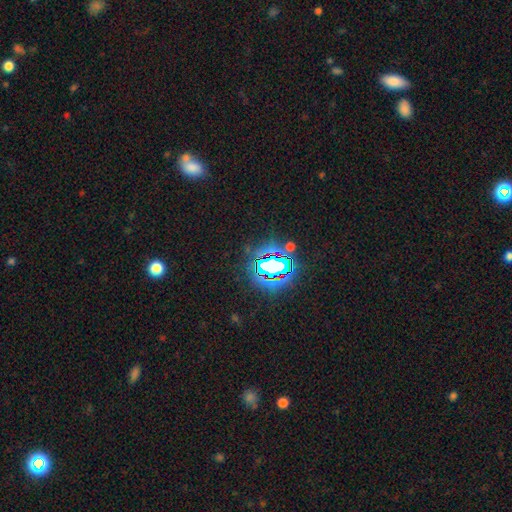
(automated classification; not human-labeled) star or artifact 78%, smooth 15%, featured or disk 7%.